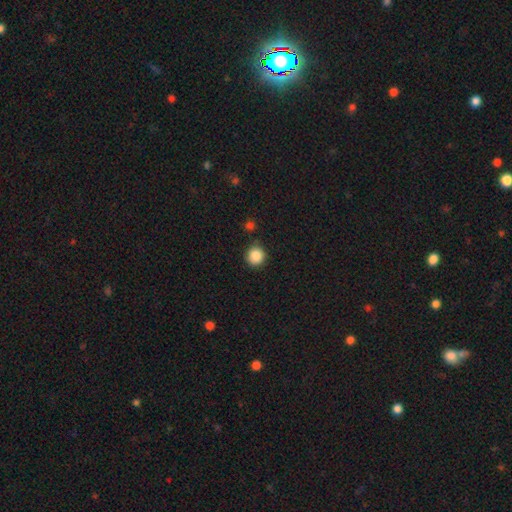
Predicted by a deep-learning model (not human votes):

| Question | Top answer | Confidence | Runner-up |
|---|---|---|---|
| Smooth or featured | smooth | 87% | star or artifact (10%) |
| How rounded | round | 92% | in between (7%) |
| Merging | none | 85% | minor disturbance (10%) |